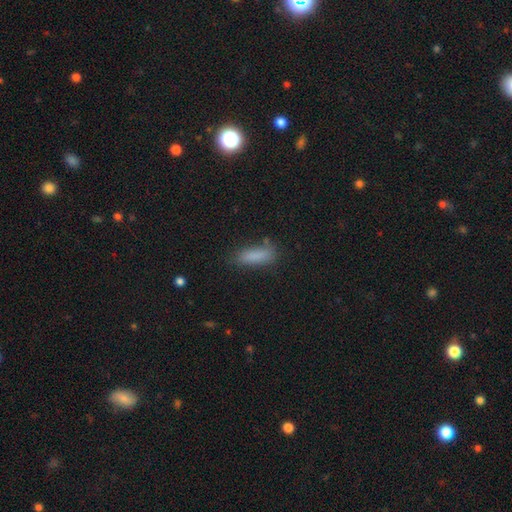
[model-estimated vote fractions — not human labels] Smooth or featured? Predicted: smooth (p=0.84). How rounded? Predicted: in between (p=0.51). Merging? Predicted: none (p=0.73).